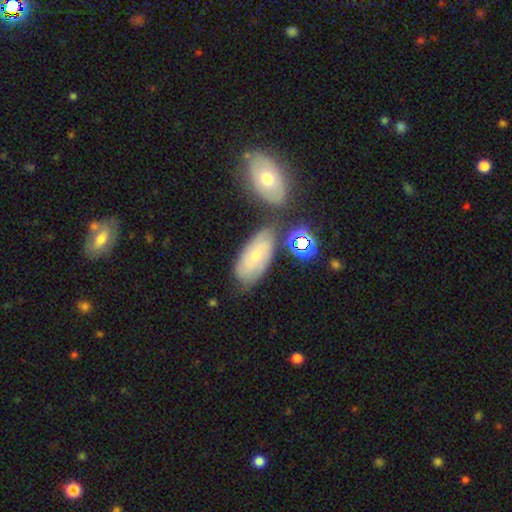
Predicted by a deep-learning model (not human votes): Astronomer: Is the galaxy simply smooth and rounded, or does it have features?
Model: featured or disk — 48% (runner-up: smooth, 41%).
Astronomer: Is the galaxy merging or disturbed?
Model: none — 61%.